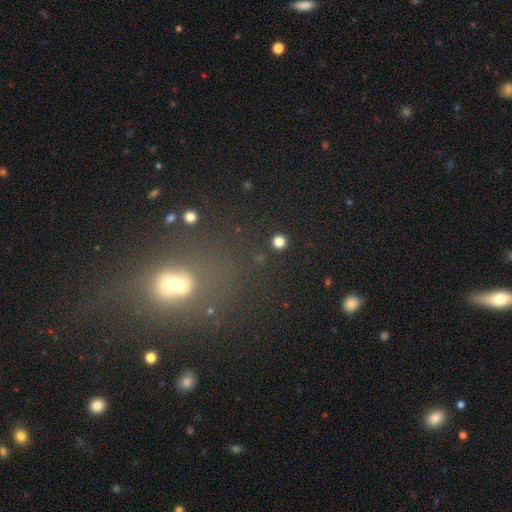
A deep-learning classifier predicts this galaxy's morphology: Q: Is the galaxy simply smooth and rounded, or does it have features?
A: smooth — 45%.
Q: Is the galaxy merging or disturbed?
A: none — 66%.